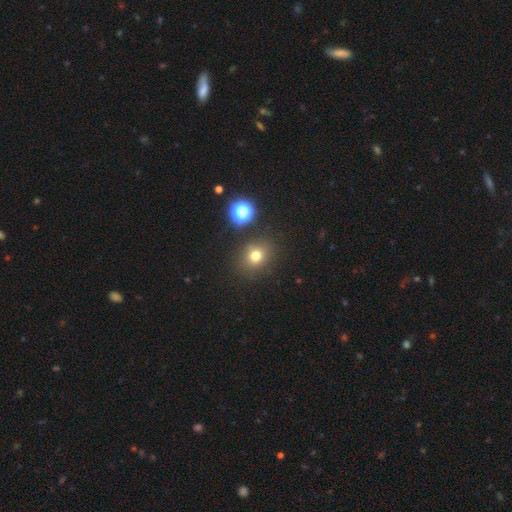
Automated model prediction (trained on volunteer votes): Smooth or featured? Predicted: smooth (p=0.73). How rounded? Predicted: round (p=0.73). Merging? Predicted: none (p=0.84).